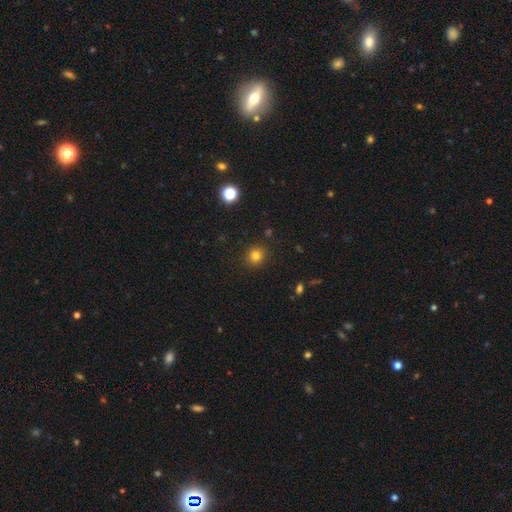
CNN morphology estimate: type=smooth (80%); roundness=round (90%); merging=none (91%).